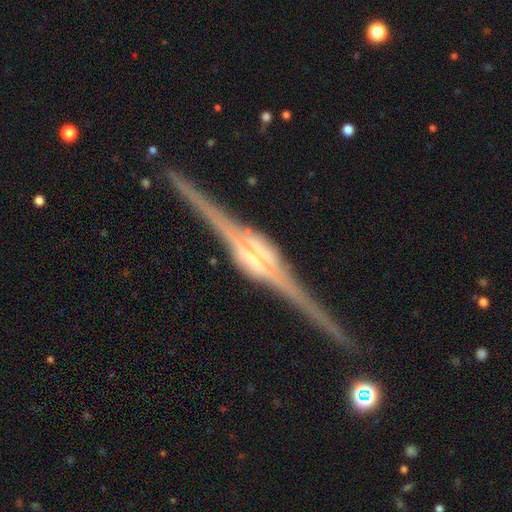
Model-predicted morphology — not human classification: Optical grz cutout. It shows a featured or disk galaxy (90%) viewed edge-on (98%) with a rounded central bulge (63%). Merging: none (87%).